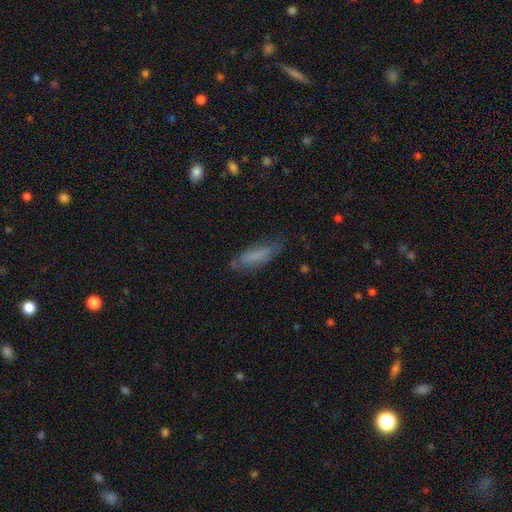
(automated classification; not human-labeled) This appears to be a smooth galaxy with no disk features (68%) that is cigar-shaped (64%). Merging: none (68%).